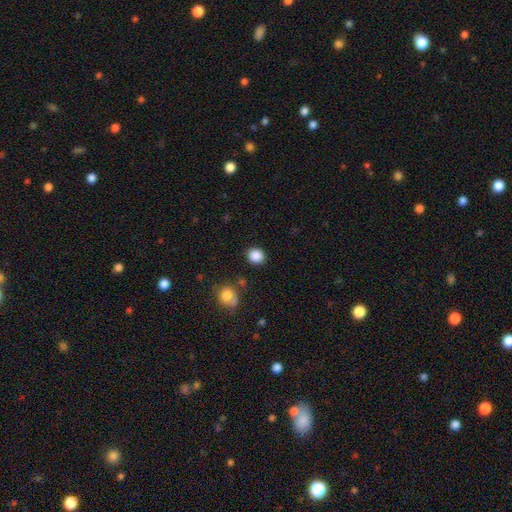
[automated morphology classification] type=smooth (87%); roundness=round (83%); merging=none (86%).